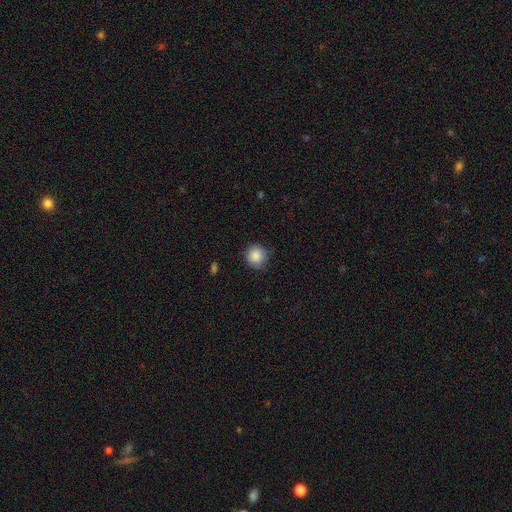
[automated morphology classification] The model was most divided on "merging": none: 80%, minor disturbance: 16%, major disturbance: 3%, merger: 1%. More confident: how rounded — round (92%); smooth or featured — smooth (88%).